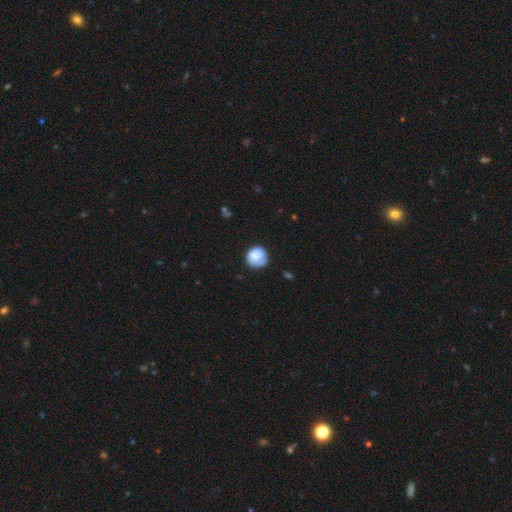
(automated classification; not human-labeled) Q: Smooth or featured?
A: smooth (75%); runner-up: featured or disk (17%)
Q: How rounded?
A: round (86%); runner-up: in between (13%)
Q: Merging?
A: none (62%); runner-up: minor disturbance (26%)